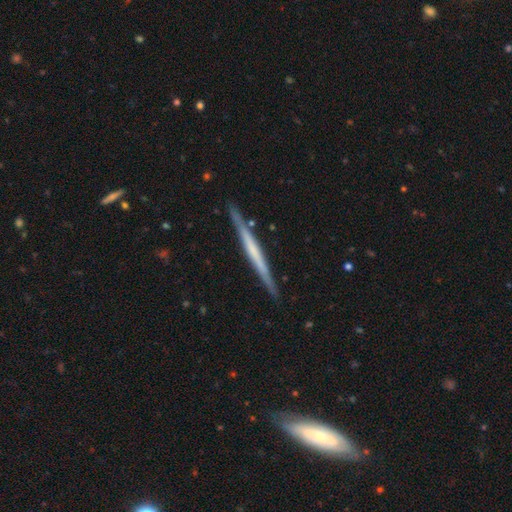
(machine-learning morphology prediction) A featured or disk galaxy (62%) viewed edge-on (97%) with no central bulge (77%).

Vote fractions:
- Smooth or featured? featured or disk: 62% / smooth: 33% / star or artifact: 5%
- Edge-on disk? yes: 97% / no: 3%
- Edge-on bulge? none: 77% / rounded: 13% / boxy: 10%
- Merging? none: 88% / minor disturbance: 9% / major disturbance: 2% / merger: 2%